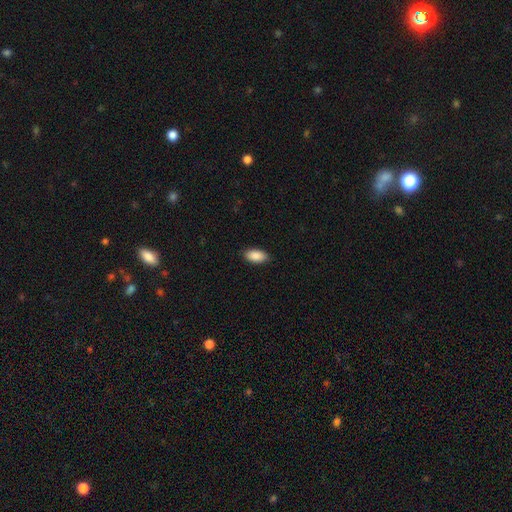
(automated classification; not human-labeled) A smooth galaxy with no disk features (90%) that is in between round and cigar-shaped (93%). Merging: none (87%).